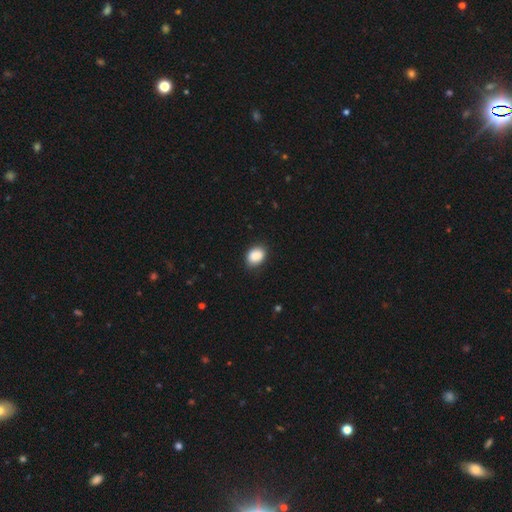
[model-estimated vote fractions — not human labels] The model was most divided on "how rounded": in between: 64%, round: 35%, cigar-shaped: 1%. More confident: smooth or featured — smooth (89%); merging — none (83%).